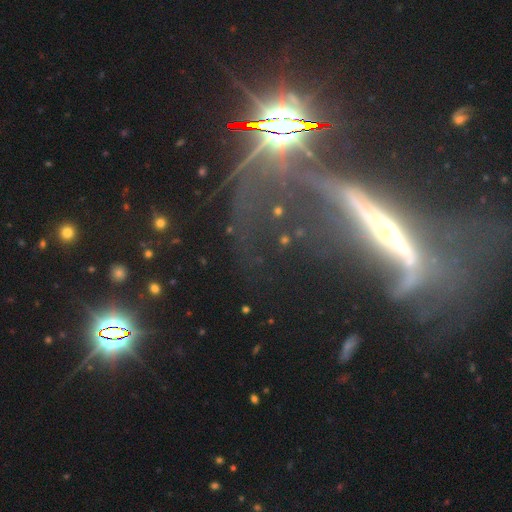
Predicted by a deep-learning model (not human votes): A featured or disk galaxy (54%) viewed edge-on (62%). Merging: none (38%).